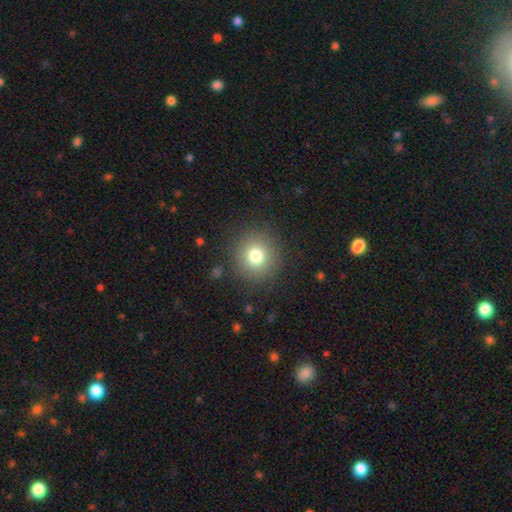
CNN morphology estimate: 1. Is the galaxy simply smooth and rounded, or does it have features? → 78% smooth, 13% star or artifact, 9% featured or disk.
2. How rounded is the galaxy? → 93% round, 6% in between, 1% cigar-shaped.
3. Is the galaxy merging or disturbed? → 88% none, 7% minor disturbance, 3% major disturbance, 1% merger.